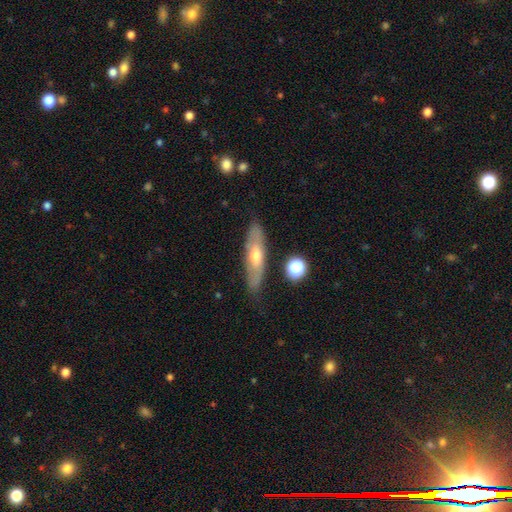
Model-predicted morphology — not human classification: Smooth or featured?
  - featured or disk: 52% *
  - smooth: 41%
  - star or artifact: 7%
Edge-on disk?
  - yes: 51% *
  - no: 49%
Merging?
  - none: 79% *
  - minor disturbance: 15%
  - major disturbance: 3%
  - merger: 2%